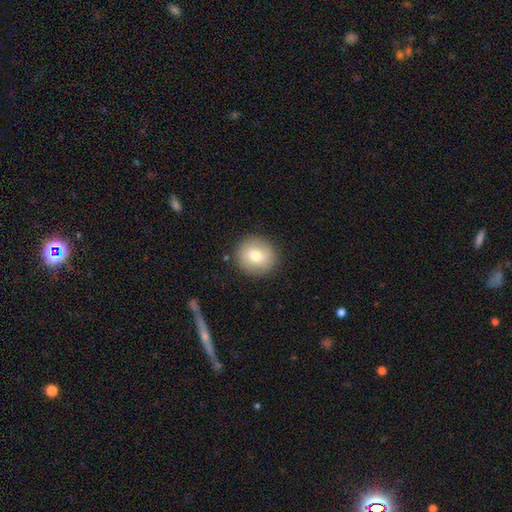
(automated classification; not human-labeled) This appears to be a smooth galaxy with no disk features (76%) that is round (88%). Merging: none (89%).